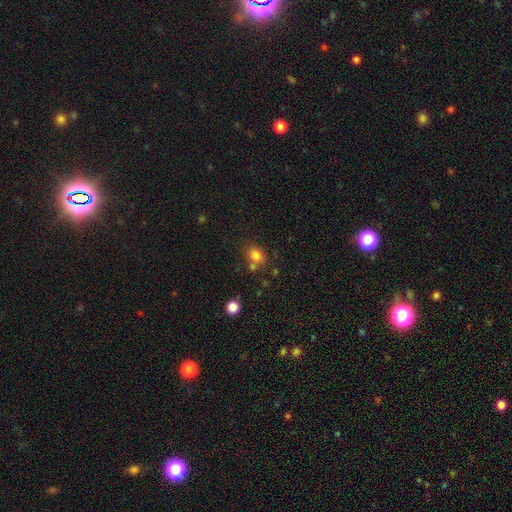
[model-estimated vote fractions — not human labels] This appears to be a smooth galaxy with no disk features (80%) that is round (57%). Merging: none (61%).